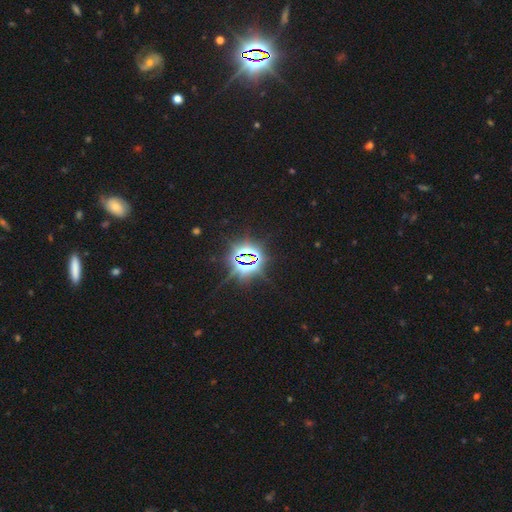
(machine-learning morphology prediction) star or artifact 85%, smooth 8%, featured or disk 7%.